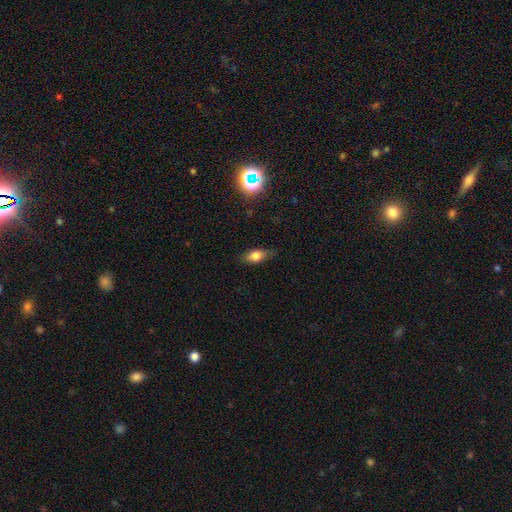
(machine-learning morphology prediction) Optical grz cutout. It shows a smooth galaxy with no disk features (71%) that is in between round and cigar-shaped (79%). Merging: none (80%).